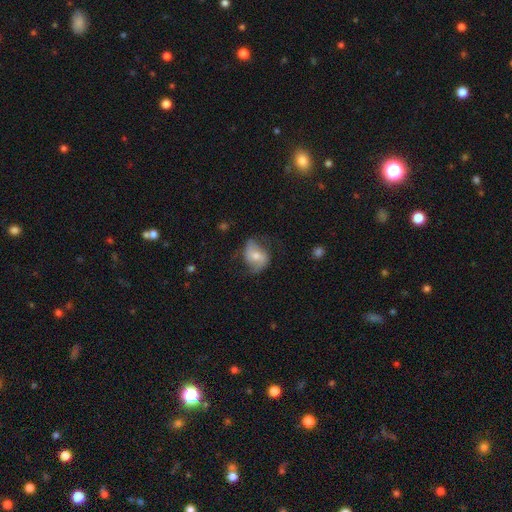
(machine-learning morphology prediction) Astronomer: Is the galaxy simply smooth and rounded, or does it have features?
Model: featured or disk — 54% (runner-up: smooth, 38%).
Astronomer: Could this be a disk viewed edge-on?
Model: no — 96%.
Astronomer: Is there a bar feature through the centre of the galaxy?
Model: no — 43% (runner-up: weak, 38%).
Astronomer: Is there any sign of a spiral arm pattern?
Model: yes — 80%.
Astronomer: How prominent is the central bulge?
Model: moderate — 55% (runner-up: small, 37%).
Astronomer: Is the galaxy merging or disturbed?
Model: none — 59%.